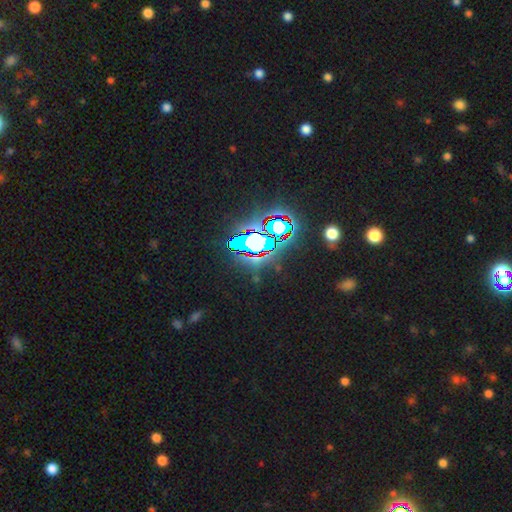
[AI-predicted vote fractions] Smooth or featured? star or artifact (75%)